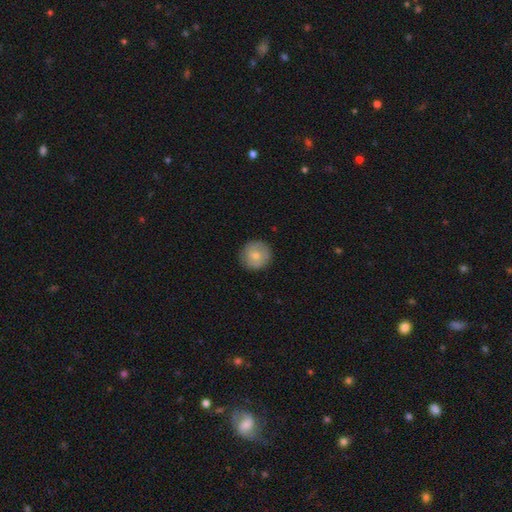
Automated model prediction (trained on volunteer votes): This appears to be a smooth galaxy with no disk features (73%) that is round (94%). Merging: none (87%).